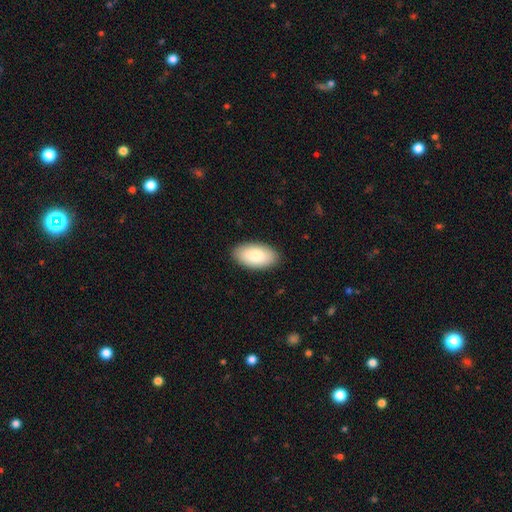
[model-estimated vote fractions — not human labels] This is clearly a smooth galaxy (85%). How rounded: clearly in between (96%). Merging: clearly none (88%).